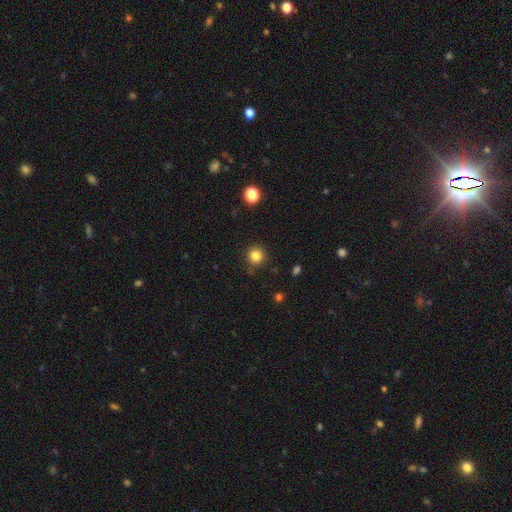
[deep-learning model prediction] A smooth galaxy with no disk features (83%) that is round (93%). Merging: none (88%).